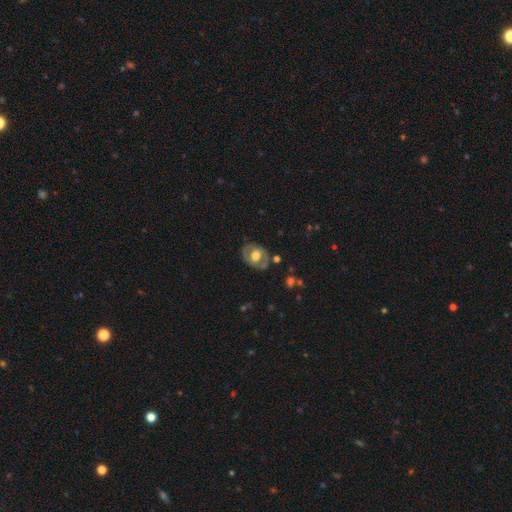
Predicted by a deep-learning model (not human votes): featured or disk 54%, smooth 40%, star or artifact 6%. Down the decision tree: edge-on disk — no (94%); bar — no (72%); spiral arms — no (70%); bulge size — moderate (52%); merging — none (74%).